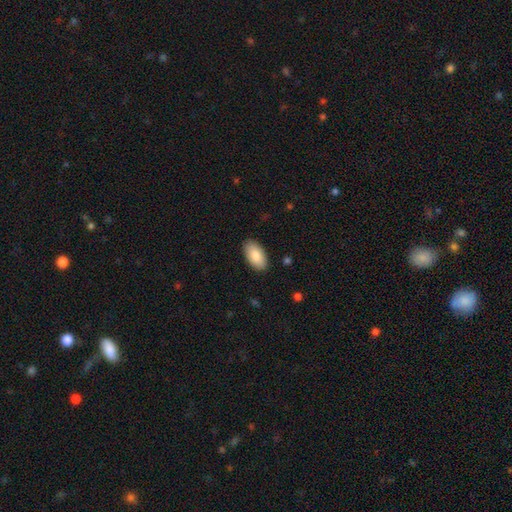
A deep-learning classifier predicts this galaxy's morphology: A smooth galaxy with no disk features (87%) that is in between round and cigar-shaped (95%). Merging: none (88%).